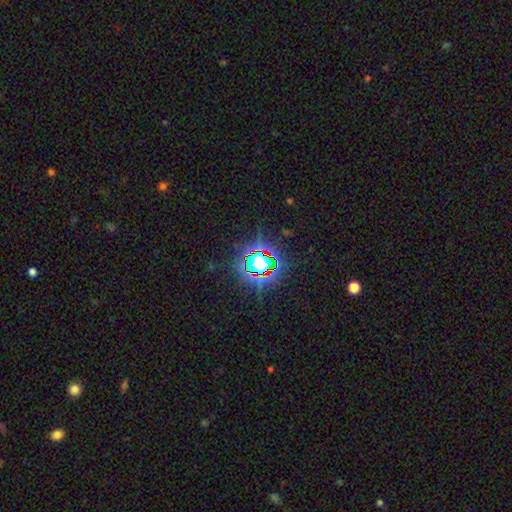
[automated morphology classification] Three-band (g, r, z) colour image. It shows a star or artifact, not a galaxy (79%).